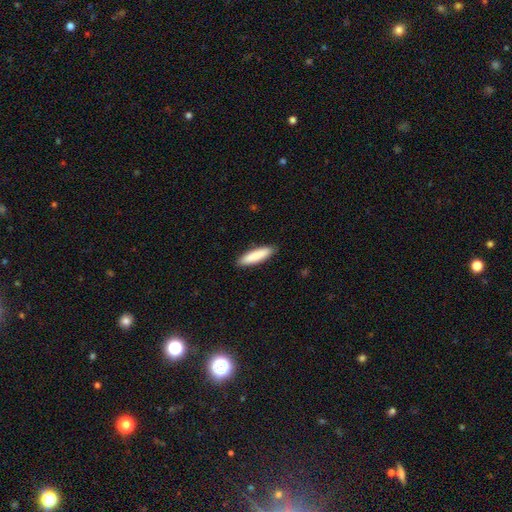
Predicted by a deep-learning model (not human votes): smooth_or_featured: smooth (p=0.87) [alt: featured or disk p=0.08]
how_rounded: cigar-shaped (p=0.71) [alt: in between p=0.27]
merging: none (p=0.89) [alt: minor disturbance p=0.08]